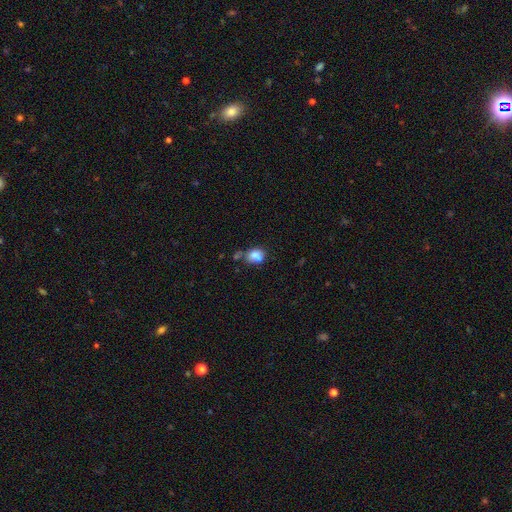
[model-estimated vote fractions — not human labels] A smooth galaxy with no disk features (75%) that is round (53%).

Vote fractions:
- Smooth or featured? smooth: 75% / featured or disk: 14% / star or artifact: 11%
- How rounded? round: 53% / in between: 46% / cigar-shaped: 1%
- Merging? merger: 37% / none: 36% / minor disturbance: 18% / major disturbance: 9%